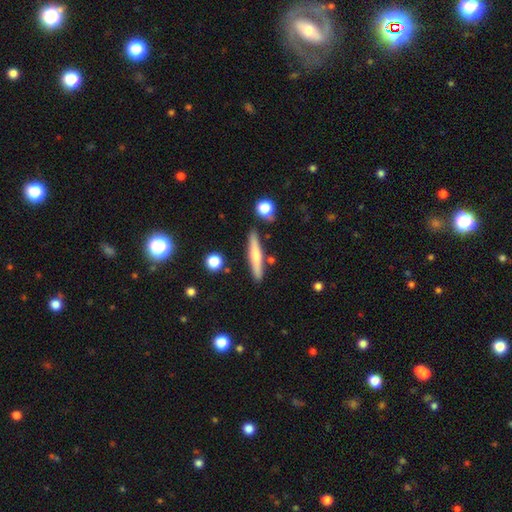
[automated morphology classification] Smooth or featured?
  - smooth: 56% *
  - featured or disk: 38%
  - star or artifact: 6%
How rounded?
  - cigar-shaped: 91% *
  - in between: 7%
  - round: 2%
Merging?
  - none: 84% *
  - minor disturbance: 9%
  - merger: 5%
  - major disturbance: 2%